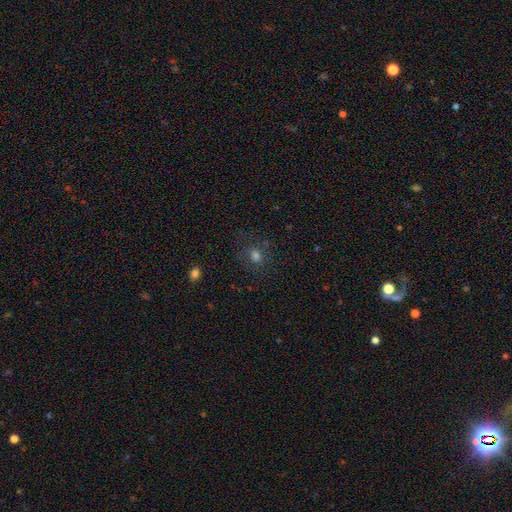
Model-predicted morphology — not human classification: This appears to be a smooth galaxy with no disk features (66%) that is round (75%). Merging: none (78%).